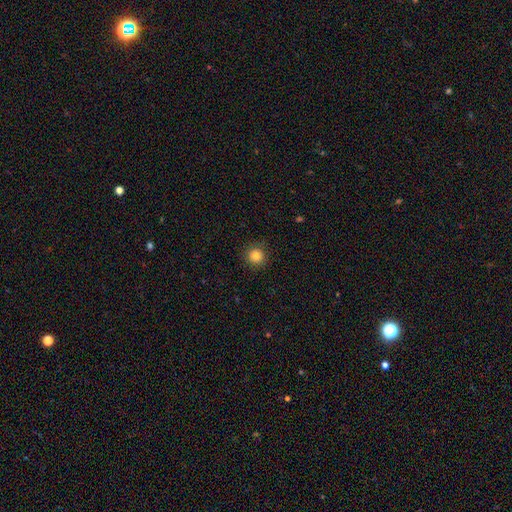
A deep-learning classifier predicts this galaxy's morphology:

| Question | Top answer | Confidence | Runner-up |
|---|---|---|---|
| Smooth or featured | smooth | 84% | star or artifact (11%) |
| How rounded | round | 95% | in between (4%) |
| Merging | none | 90% | minor disturbance (7%) |